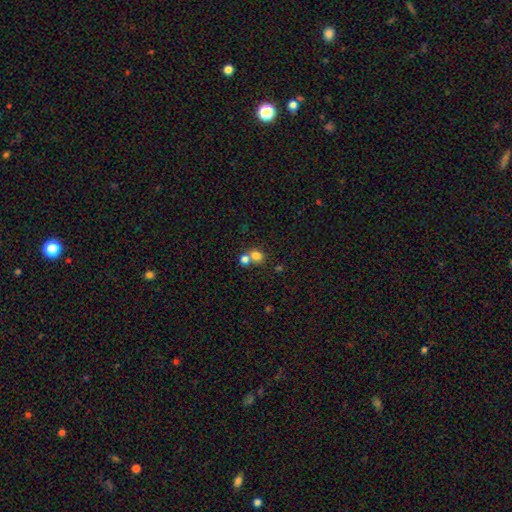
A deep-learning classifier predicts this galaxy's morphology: smooth-or-featured: smooth: 78% | star or artifact: 13% | featured or disk: 9%
  how-rounded: round: 75% | in between: 25% | cigar-shaped: 1%
  merging: merger: 47% | none: 44% | minor disturbance: 6% | major disturbance: 3%